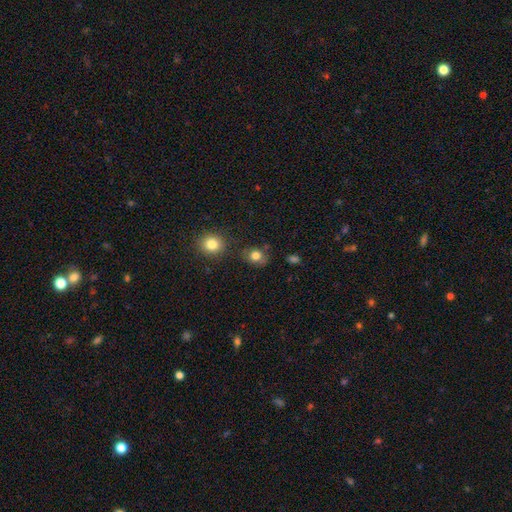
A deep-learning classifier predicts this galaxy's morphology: type=smooth (79%); roundness=round (55%); merging=none (72%).